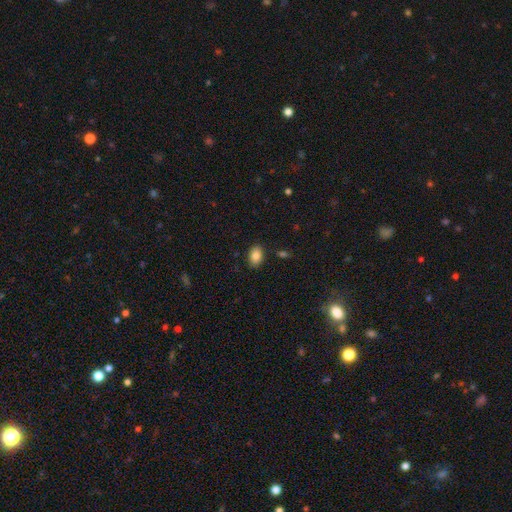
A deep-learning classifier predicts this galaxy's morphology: smooth_or_featured: smooth (p=0.86) [alt: star or artifact p=0.08]
how_rounded: in between (p=0.86) [alt: round p=0.13]
merging: none (p=0.87) [alt: minor disturbance p=0.09]